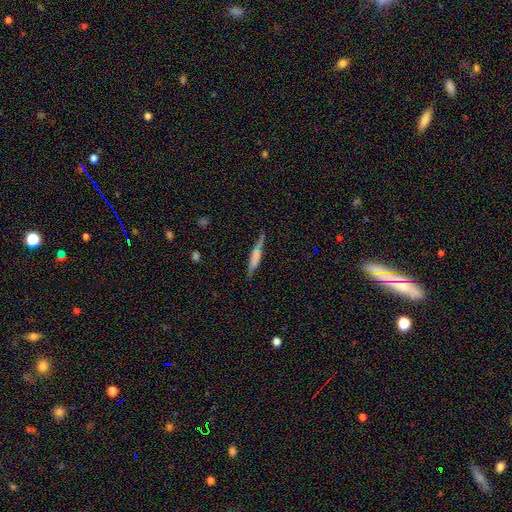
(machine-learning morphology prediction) type=smooth (53%); roundness=cigar-shaped (86%); merging=none (74%).